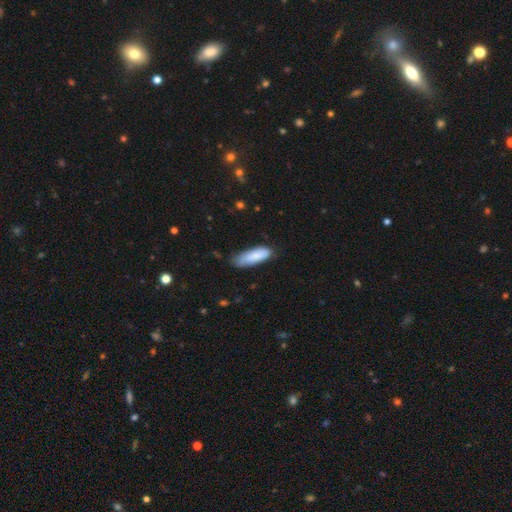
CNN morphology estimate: This is clearly a smooth galaxy (83%). How rounded: likely in between (61%). Merging: possibly none (56%).